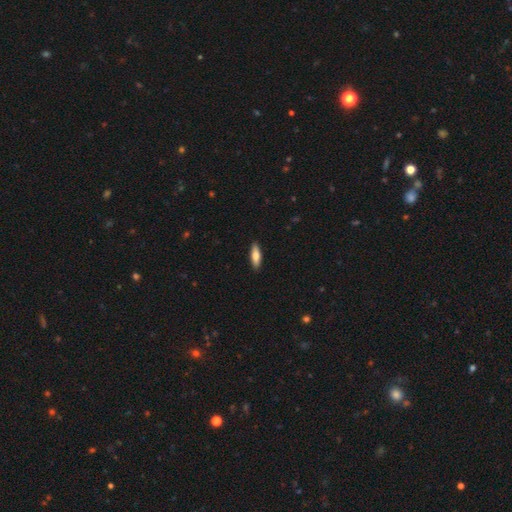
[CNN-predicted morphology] smooth 75%, featured or disk 19%, star or artifact 6%. Down the decision tree: how rounded — cigar-shaped (50%); merging — none (90%).